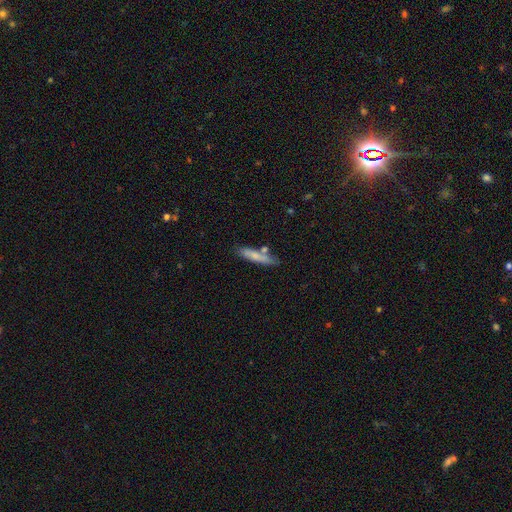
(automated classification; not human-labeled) Q: Smooth or featured?
A: smooth (70%); runner-up: featured or disk (23%)
Q: How rounded?
A: cigar-shaped (82%); runner-up: in between (16%)
Q: Merging?
A: none (68%); runner-up: minor disturbance (17%)